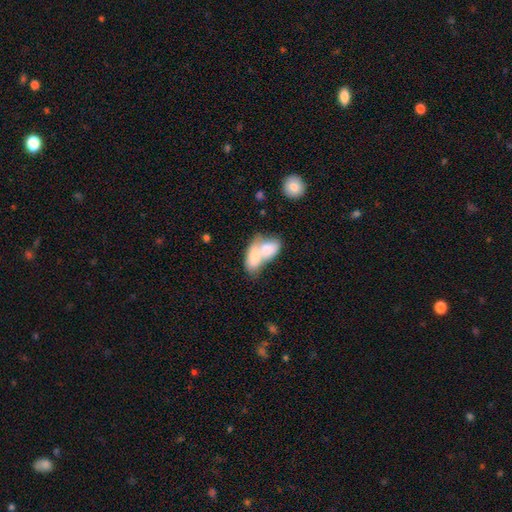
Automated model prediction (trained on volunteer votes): This is likely a smooth galaxy (72%). How rounded: clearly in between (87%). Merging: likely merger (78%).